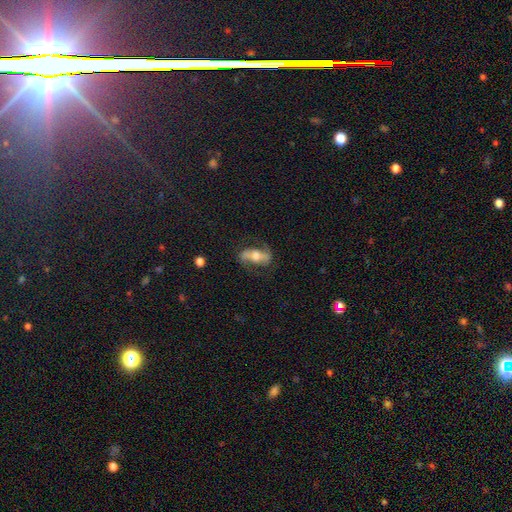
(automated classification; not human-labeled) smooth-or-featured: featured or disk: 65% | smooth: 27% | star or artifact: 8%
  disk-edge-on: no: 86% | yes: 14%
    bar: strong: 41% | weak: 30% | no: 29%
    has-spiral-arms: yes: 80% | no: 20%
    bulge-size: moderate: 58% | small: 20% | large: 17% | none: 3% | dominant: 2%
  merging: none: 66% | minor disturbance: 18% | major disturbance: 13% | merger: 2%